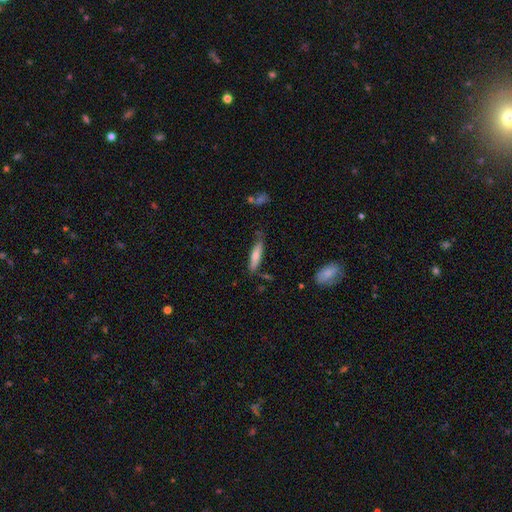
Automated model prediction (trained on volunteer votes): Smooth or featured: smooth — 72% (featured or disk — 22%)
How rounded: cigar-shaped — 77% (in between — 22%)
Merging: none — 71% (minor disturbance — 20%)